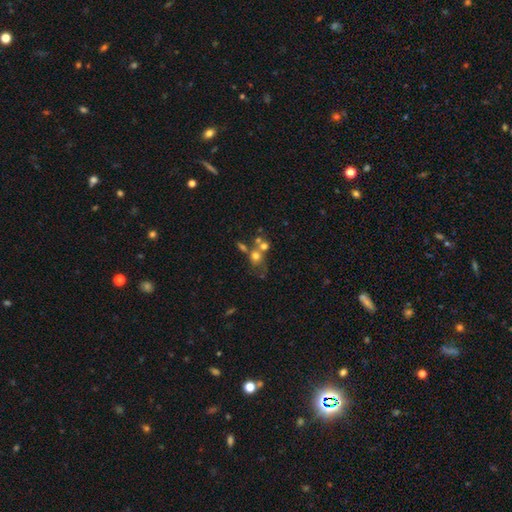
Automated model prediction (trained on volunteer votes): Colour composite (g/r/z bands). It shows a smooth galaxy with no disk features (59%) that is round (77%). Merging: merger (47%).